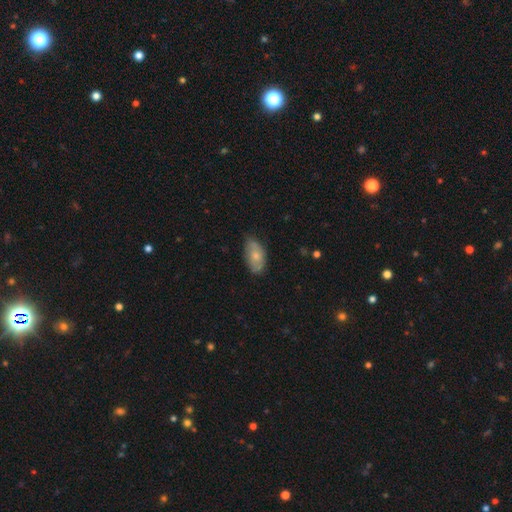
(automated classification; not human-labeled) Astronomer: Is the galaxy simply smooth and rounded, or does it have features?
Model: smooth — 70%.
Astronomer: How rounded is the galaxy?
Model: in between — 93%.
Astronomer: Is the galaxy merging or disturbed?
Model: none — 65%.